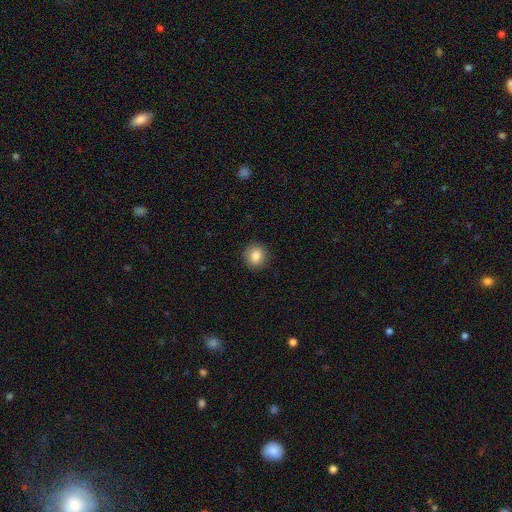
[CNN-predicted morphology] smooth-or-featured: smooth: 85% | star or artifact: 9% | featured or disk: 6%
  how-rounded: round: 88% | in between: 11% | cigar-shaped: 1%
  merging: none: 91% | minor disturbance: 6% | major disturbance: 2% | merger: 1%